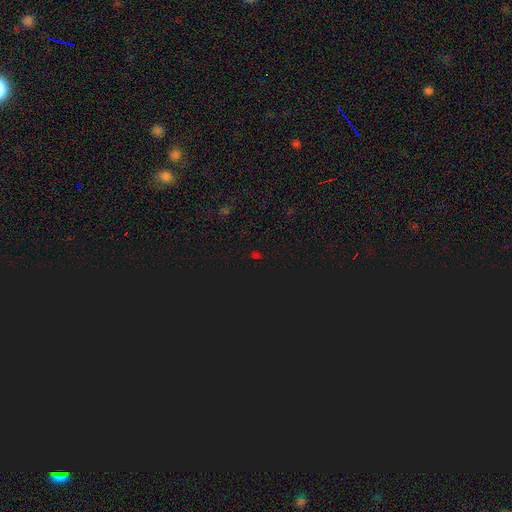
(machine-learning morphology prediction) This is likely a star or artifact rather than a galaxy (72%).